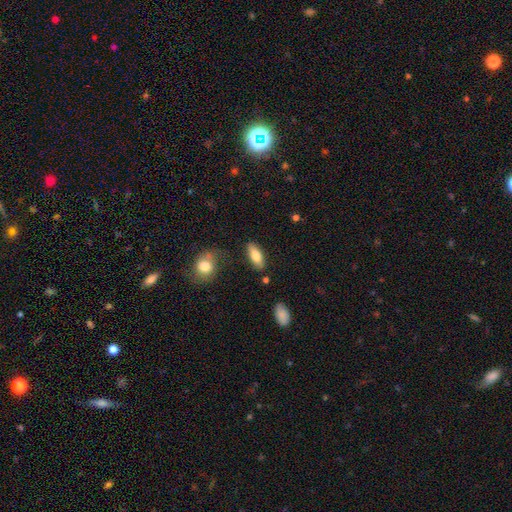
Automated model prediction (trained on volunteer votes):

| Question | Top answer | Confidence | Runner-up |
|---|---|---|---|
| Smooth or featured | smooth | 76% | featured or disk (17%) |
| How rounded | in between | 76% | cigar-shaped (22%) |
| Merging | none | 82% | minor disturbance (12%) |